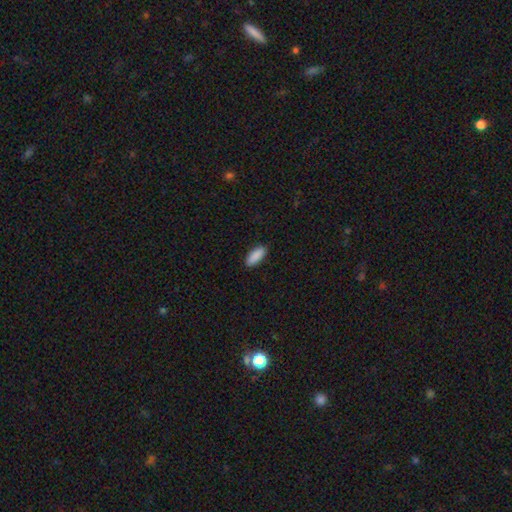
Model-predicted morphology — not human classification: Overall: smooth (91%). How rounded: in between (78%). Merging: none (90%).